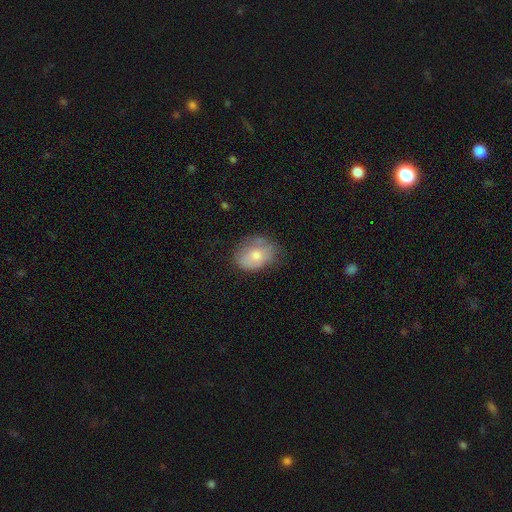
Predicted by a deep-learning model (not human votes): Smooth or featured: smooth — 70% (featured or disk — 22%)
How rounded: in between — 66% (round — 33%)
Merging: none — 60% (minor disturbance — 30%)